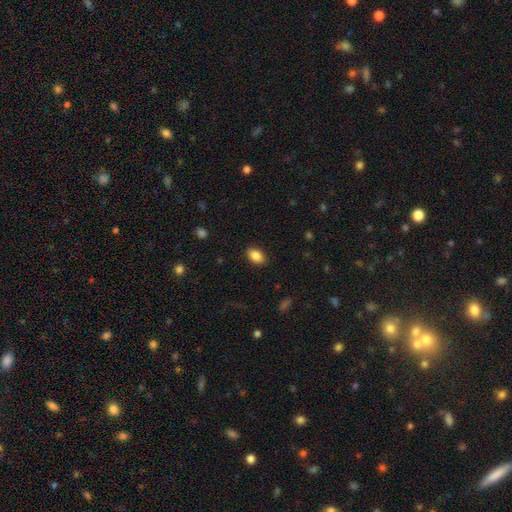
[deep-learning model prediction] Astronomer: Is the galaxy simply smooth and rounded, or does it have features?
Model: smooth — 87%.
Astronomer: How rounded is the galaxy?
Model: in between — 85%.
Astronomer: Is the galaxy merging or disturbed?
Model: none — 88%.